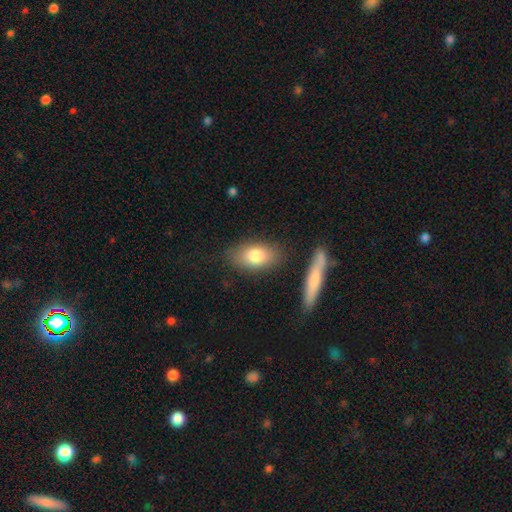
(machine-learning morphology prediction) Overall: smooth (79%). How rounded: in between (86%). Merging: none (78%).